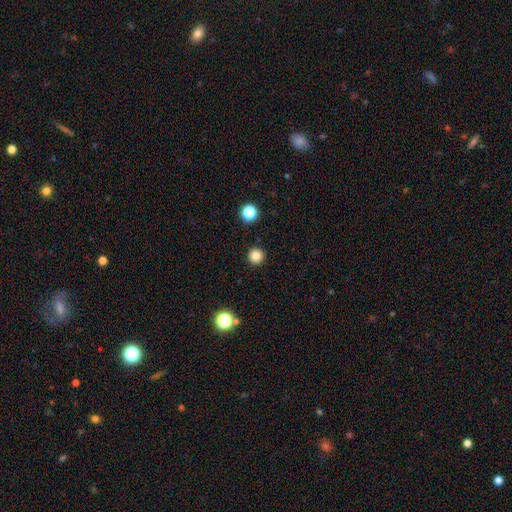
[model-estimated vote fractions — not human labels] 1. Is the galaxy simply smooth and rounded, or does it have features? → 84% smooth, 12% star or artifact, 4% featured or disk.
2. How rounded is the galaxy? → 96% round, 3% in between, 1% cigar-shaped.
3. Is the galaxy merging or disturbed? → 93% none, 4% minor disturbance, 2% major disturbance, 1% merger.